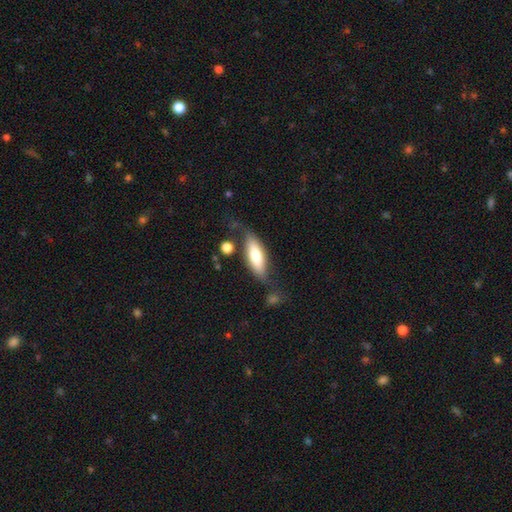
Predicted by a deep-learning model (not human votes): smooth_or_featured: smooth (p=0.68) [alt: featured or disk p=0.26]
how_rounded: in between (p=0.63) [alt: cigar-shaped p=0.34]
merging: none (p=0.54) [alt: minor disturbance p=0.27]